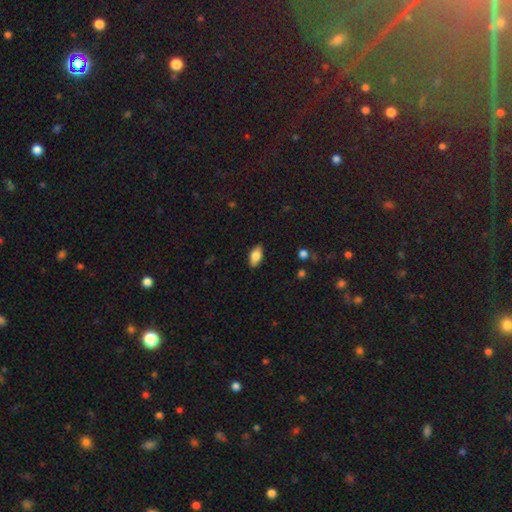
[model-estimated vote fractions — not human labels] The model was most divided on "smooth or featured": smooth: 77%, featured or disk: 16%, star or artifact: 7%. More confident: how rounded — in between (88%); merging — none (86%).